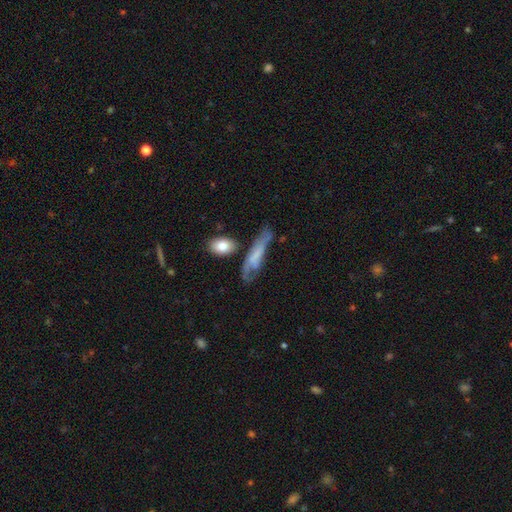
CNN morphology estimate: smooth-or-featured: smooth: 47% | featured or disk: 44% | star or artifact: 9%
  merging: none: 44% | minor disturbance: 26% | major disturbance: 20% | merger: 11%